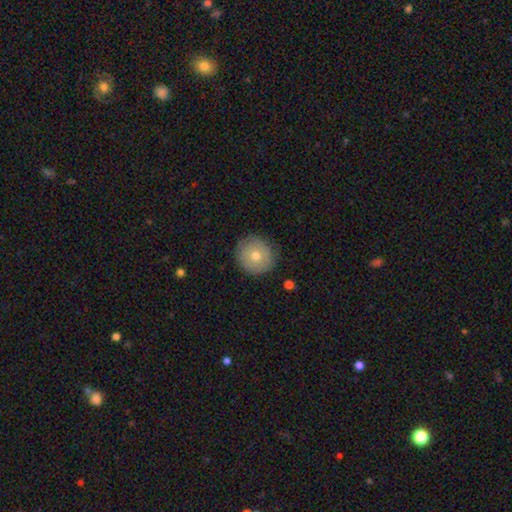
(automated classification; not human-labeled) Overall: smooth (69%). How rounded: round (93%). Merging: none (87%).